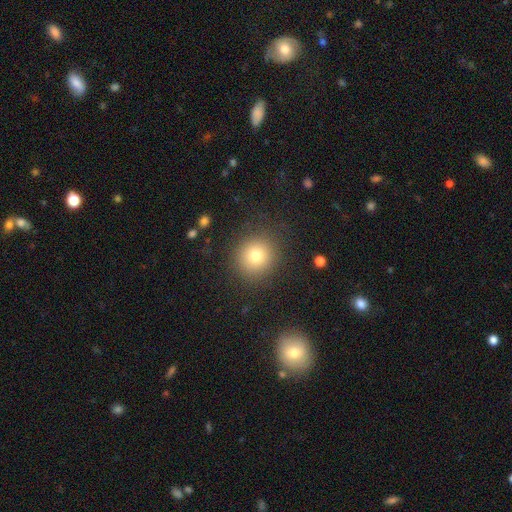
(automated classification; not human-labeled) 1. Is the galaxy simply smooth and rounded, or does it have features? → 76% smooth, 13% star or artifact, 11% featured or disk.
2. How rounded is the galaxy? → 91% round, 8% in between, 1% cigar-shaped.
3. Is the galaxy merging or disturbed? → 87% none, 8% minor disturbance, 4% major disturbance, 1% merger.